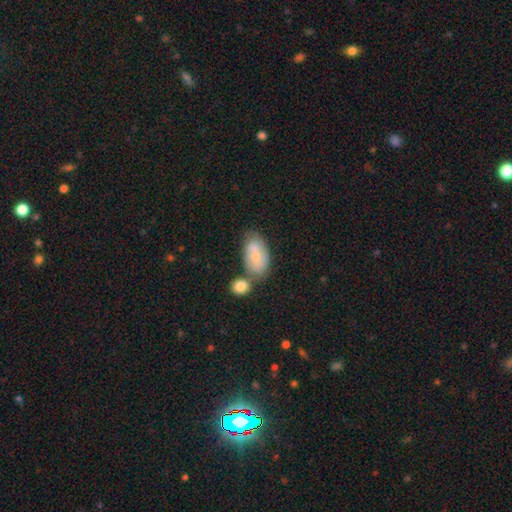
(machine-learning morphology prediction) Smooth or featured? smooth (60%)
How rounded? in between (91%)
Merging? none (47%)